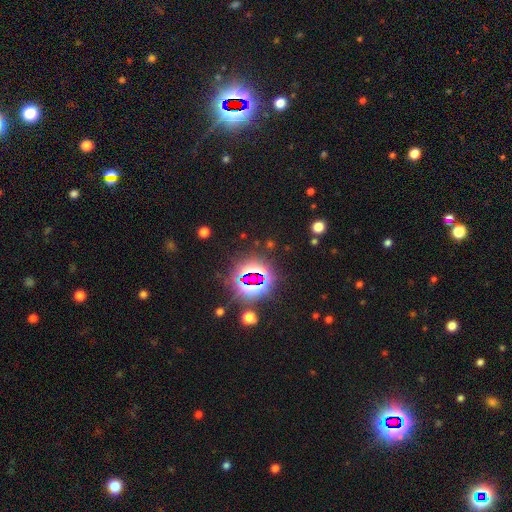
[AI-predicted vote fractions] This is likely a star or artifact rather than a galaxy (77%).